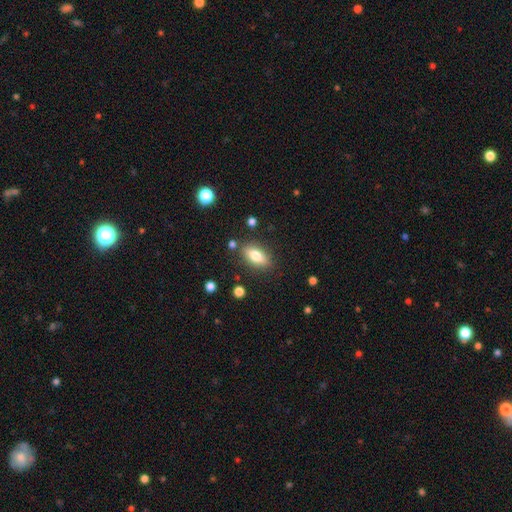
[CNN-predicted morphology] Overall: smooth (75%). How rounded: in between (84%). Merging: none (83%).